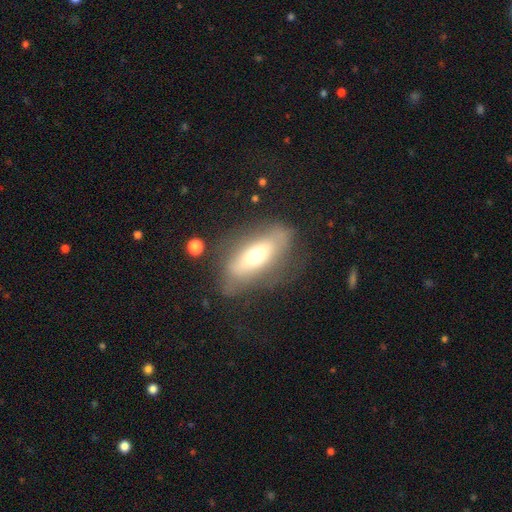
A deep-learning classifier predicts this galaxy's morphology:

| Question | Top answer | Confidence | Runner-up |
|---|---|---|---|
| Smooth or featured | smooth | 50% | featured or disk (42%) |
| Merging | none | 65% | minor disturbance (20%) |